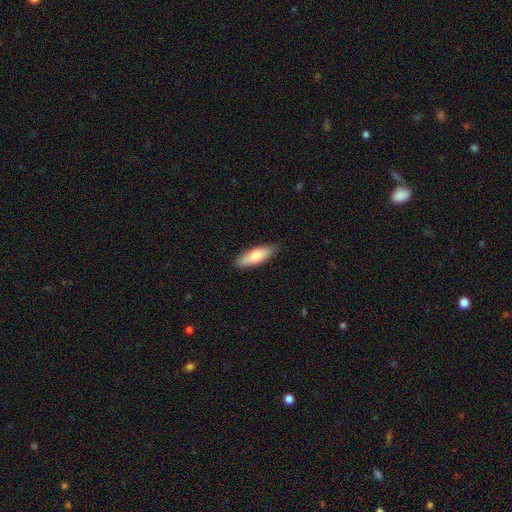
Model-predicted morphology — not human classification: This appears to be a smooth galaxy with no disk features (79%) that is in between round and cigar-shaped (56%). Merging: none (83%).